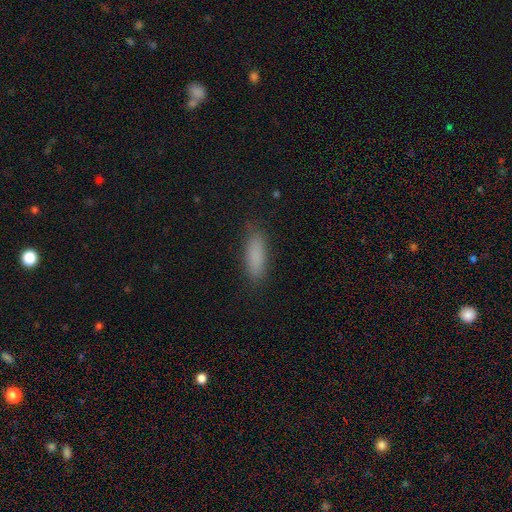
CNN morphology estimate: smooth_or_featured: smooth (p=0.86) [alt: star or artifact p=0.08]
how_rounded: cigar-shaped (p=0.49) [tied with: in between p=0.49]
merging: none (p=0.85) [alt: minor disturbance p=0.11]